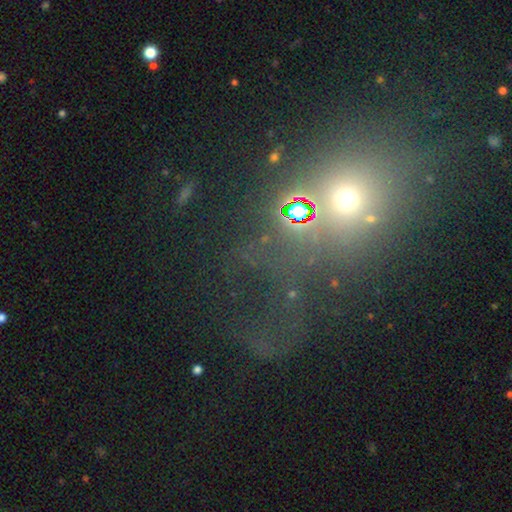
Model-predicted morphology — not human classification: This appears to be a star or artifact, not a galaxy (48%).